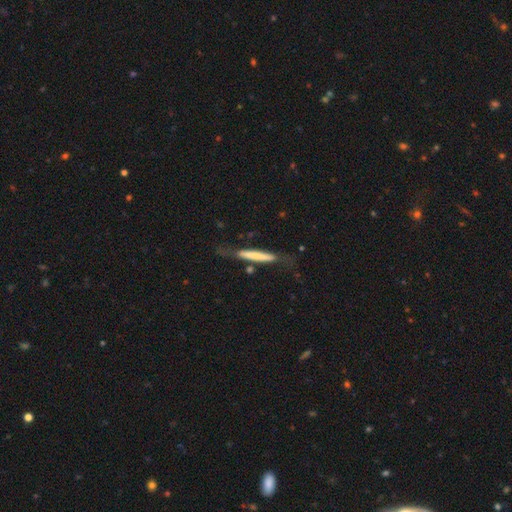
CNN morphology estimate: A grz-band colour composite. It shows a smooth galaxy with no disk features (61%) that is cigar-shaped (94%). Merging: none (62%).